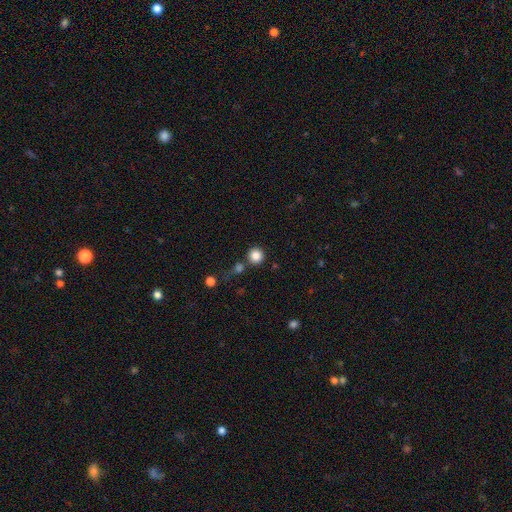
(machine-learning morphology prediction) Overall: smooth (85%). How rounded: round (94%). Merging: none (79%).